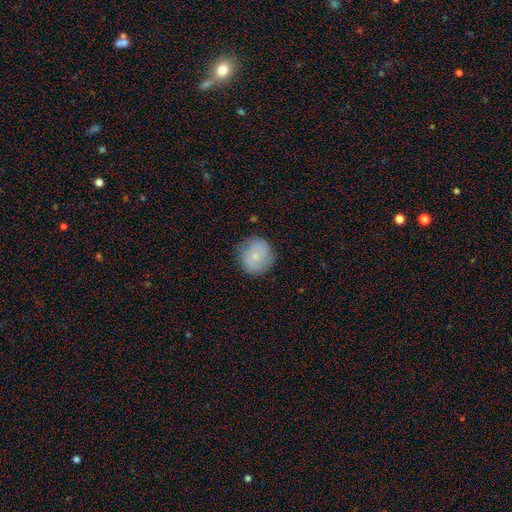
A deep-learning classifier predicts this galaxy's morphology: smooth 66%, featured or disk 26%, star or artifact 8%. Down the decision tree: how rounded — round (87%); merging — none (78%).